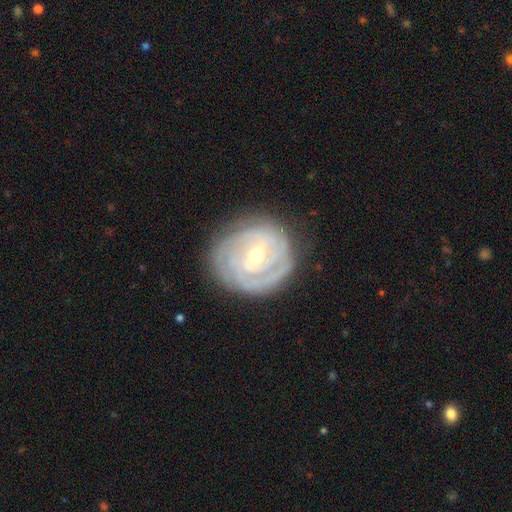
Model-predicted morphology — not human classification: Q: Smooth or featured?
A: featured or disk (85%); runner-up: smooth (10%)
Q: Edge-on disk?
A: no (97%); runner-up: yes (3%)
Q: Bar?
A: weak (52%); runner-up: no (26%)
Q: Spiral arms?
A: yes (94%); runner-up: no (6%)
Q: Spiral winding?
A: tight (81%); runner-up: medium (15%)
Q: Spiral arm count?
A: can't tell (36%); runner-up: 3 (21%)
Q: Bulge size?
A: moderate (55%); runner-up: small (41%)
Q: Merging?
A: none (80%); runner-up: minor disturbance (15%)